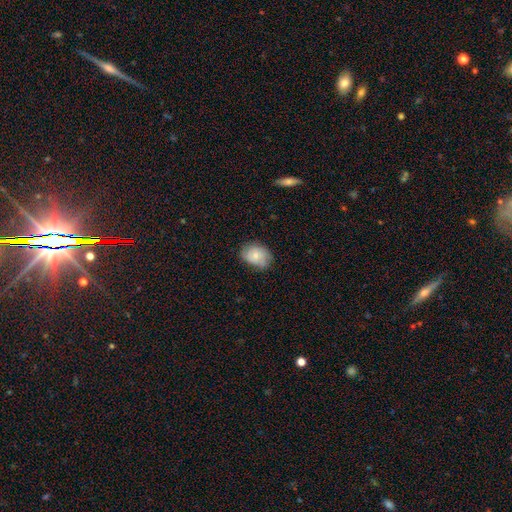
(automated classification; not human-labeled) Smooth or featured? Predicted: smooth (p=0.74). How rounded? Predicted: in between (p=0.66). Merging? Predicted: none (p=0.67).